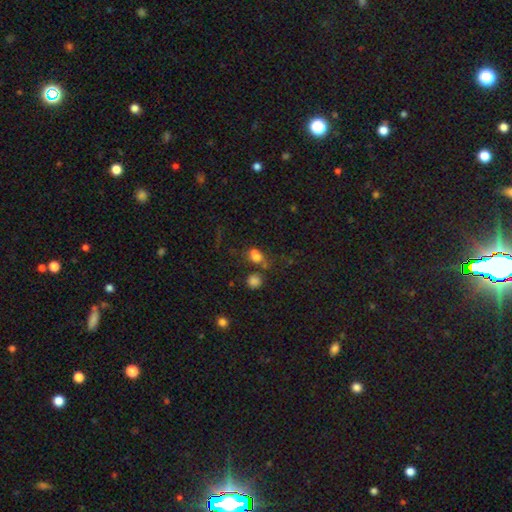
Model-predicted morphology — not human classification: type=smooth (66%); roundness=round (53%); merging=merger (44%).